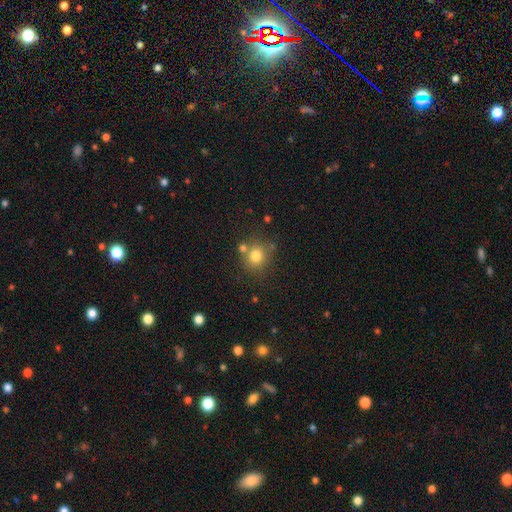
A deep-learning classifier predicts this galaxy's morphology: A smooth galaxy with no disk features (78%) that is round (82%).

Vote fractions:
- Smooth or featured? smooth: 78% / star or artifact: 13% / featured or disk: 9%
- How rounded? round: 82% / in between: 17% / cigar-shaped: 1%
- Merging? none: 68% / merger: 17% / minor disturbance: 11% / major disturbance: 4%